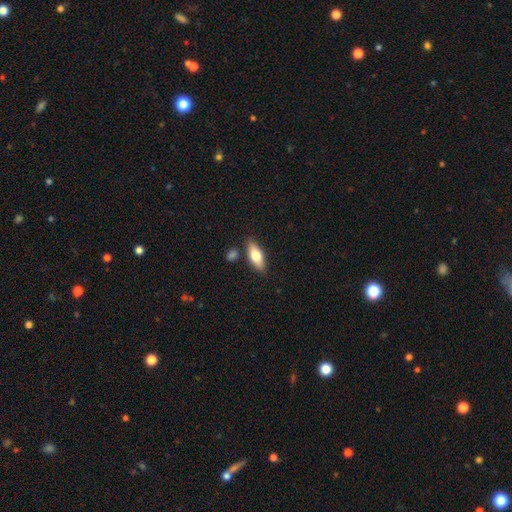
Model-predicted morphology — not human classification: Smooth or featured: smooth — 72% (featured or disk — 22%)
How rounded: in between — 74% (cigar-shaped — 23%)
Merging: none — 80% (minor disturbance — 11%)